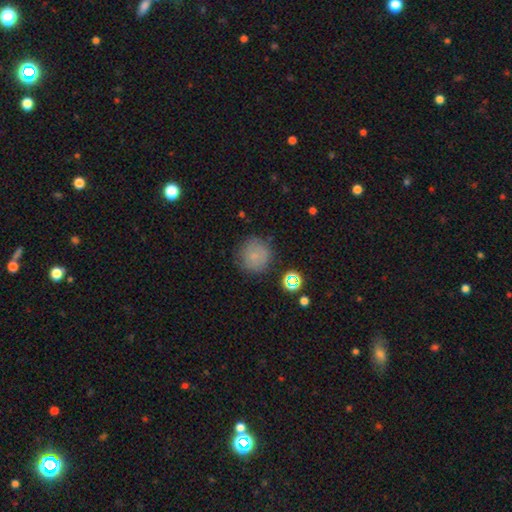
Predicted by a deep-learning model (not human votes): The model was most divided on "smooth or featured": smooth: 74%, star or artifact: 14%, featured or disk: 12%. More confident: how rounded — round (92%); merging — none (78%).